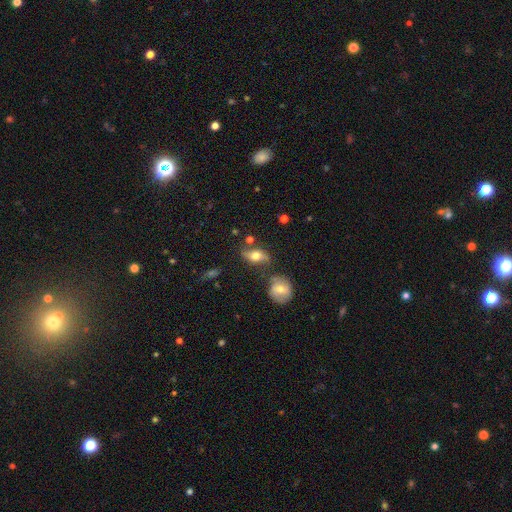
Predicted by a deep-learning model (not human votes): The model was most divided on "smooth or featured": smooth: 60%, featured or disk: 31%, star or artifact: 9%. More confident: how rounded — in between (80%); merging — none (65%).